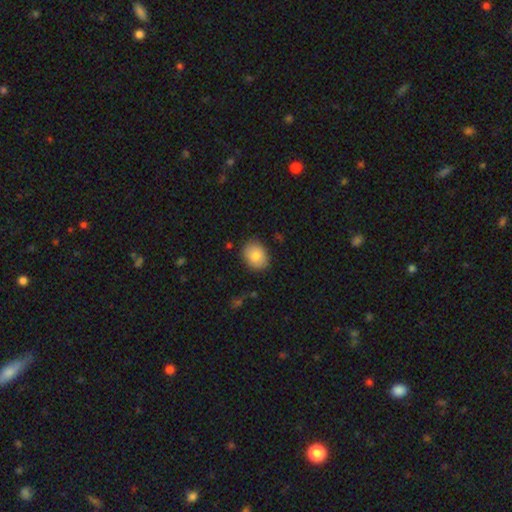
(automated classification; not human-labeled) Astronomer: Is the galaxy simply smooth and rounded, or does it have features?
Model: smooth — 85%.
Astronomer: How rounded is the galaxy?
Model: in between — 55% (runner-up: round, 44%).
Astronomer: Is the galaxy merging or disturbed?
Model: none — 83%.